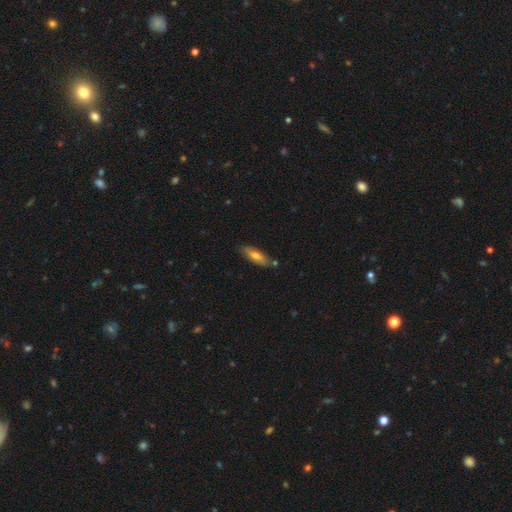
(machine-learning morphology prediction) Smooth or featured? smooth (65%)
How rounded? in between (57%)
Merging? none (79%)